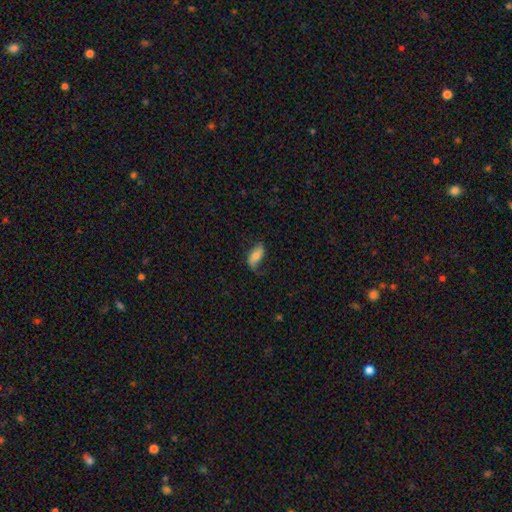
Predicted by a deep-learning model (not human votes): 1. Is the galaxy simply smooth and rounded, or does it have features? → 62% smooth, 31% featured or disk, 7% star or artifact.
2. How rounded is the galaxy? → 88% in between, 8% cigar-shaped, 3% round.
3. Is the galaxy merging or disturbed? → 60% none, 28% minor disturbance, 11% major disturbance, 2% merger.